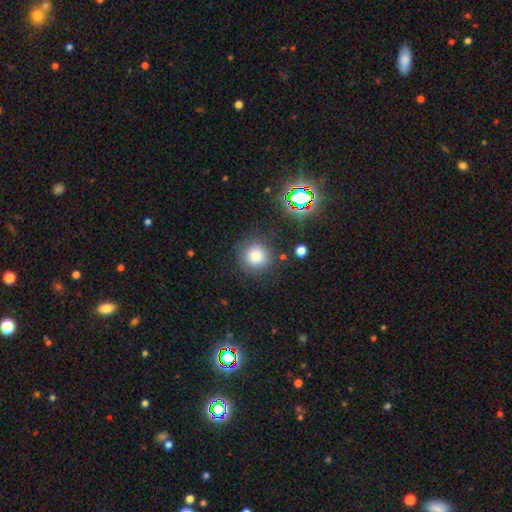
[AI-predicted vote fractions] Smooth or featured?
  - smooth: 78% *
  - star or artifact: 14%
  - featured or disk: 8%
How rounded?
  - round: 92% *
  - in between: 7%
  - cigar-shaped: 1%
Merging?
  - none: 80% *
  - minor disturbance: 12%
  - major disturbance: 5%
  - merger: 3%